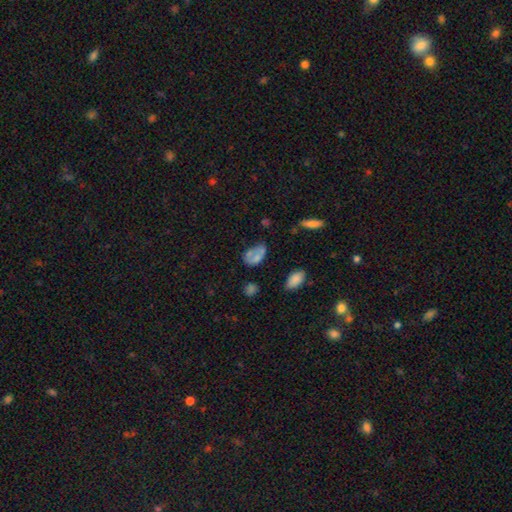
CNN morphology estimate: smooth_or_featured: smooth (p=0.59) [alt: featured or disk p=0.30]
how_rounded: in between (p=0.87) [alt: round p=0.11]
merging: none (p=0.34) [alt: minor disturbance p=0.24]